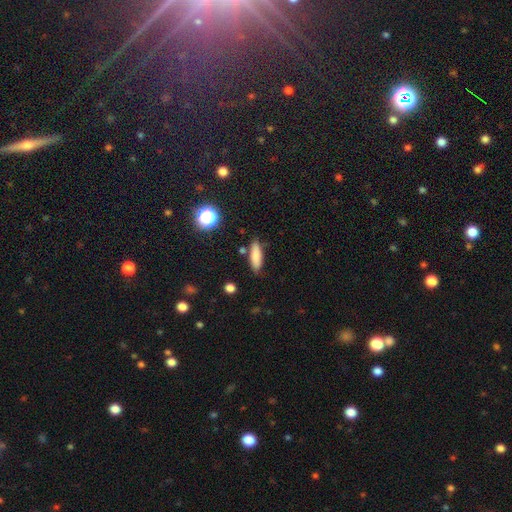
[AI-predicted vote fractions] The model was most divided on "how rounded": cigar-shaped: 50%, in between: 48%, round: 3%. More confident: smooth or featured — smooth (81%); merging — none (79%).